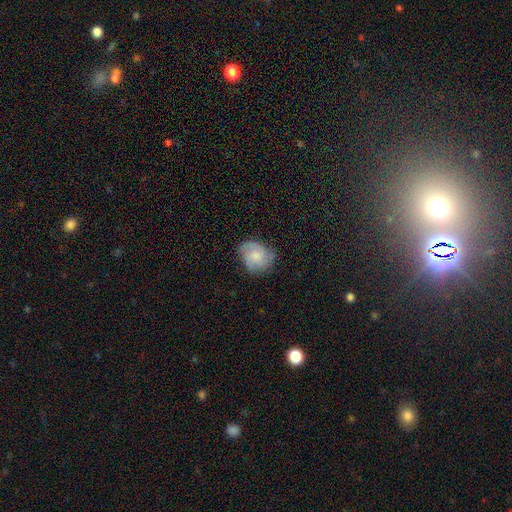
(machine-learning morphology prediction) Smooth or featured?
  - featured or disk: 47% *
  - smooth: 45%
  - star or artifact: 8%
Merging?
  - none: 69% *
  - minor disturbance: 22%
  - major disturbance: 7%
  - merger: 1%